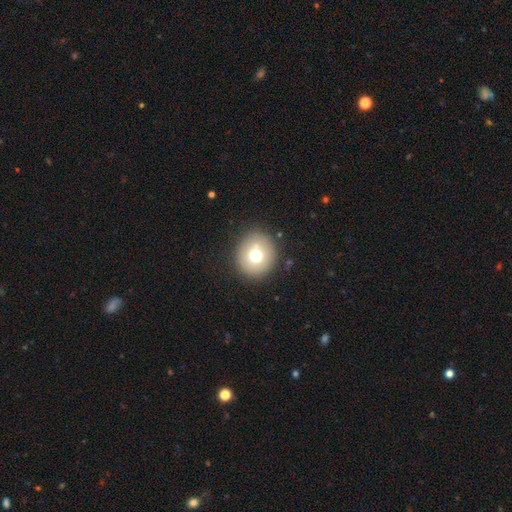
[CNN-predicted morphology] A smooth galaxy with no disk features (69%) that is round (86%).

Vote fractions:
- Smooth or featured? smooth: 69% / featured or disk: 18% / star or artifact: 13%
- How rounded? round: 86% / in between: 13% / cigar-shaped: 1%
- Merging? none: 82% / minor disturbance: 10% / merger: 4% / major disturbance: 4%